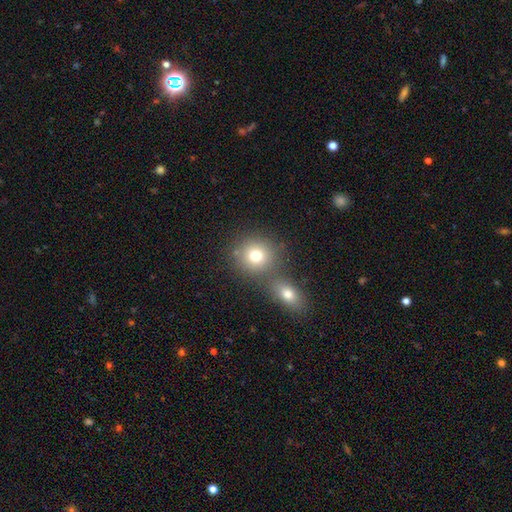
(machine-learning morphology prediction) type=smooth (77%); roundness=round (84%); merging=none (58%).